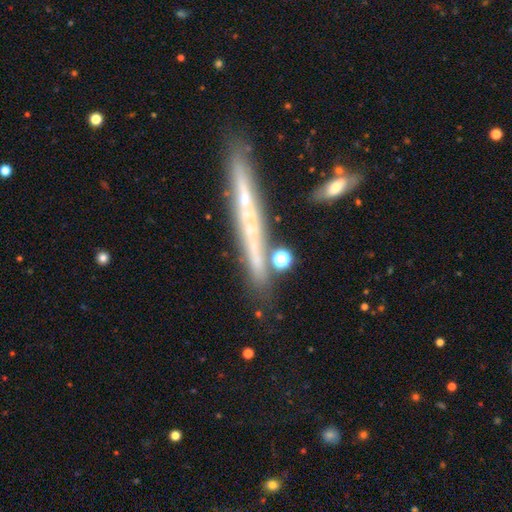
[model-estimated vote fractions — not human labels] featured or disk 54%, smooth 33%, star or artifact 13%. Down the decision tree: edge-on disk — yes (88%); merging — none (73%).